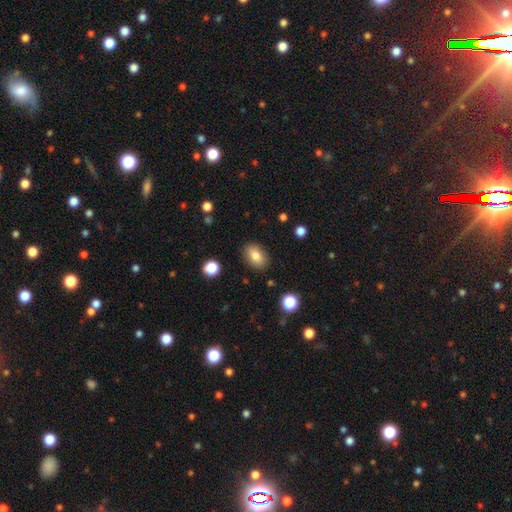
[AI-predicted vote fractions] smooth_or_featured: smooth (p=0.82) [alt: featured or disk p=0.09]
how_rounded: in between (p=0.84) [alt: round p=0.14]
merging: none (p=0.86) [alt: minor disturbance p=0.10]